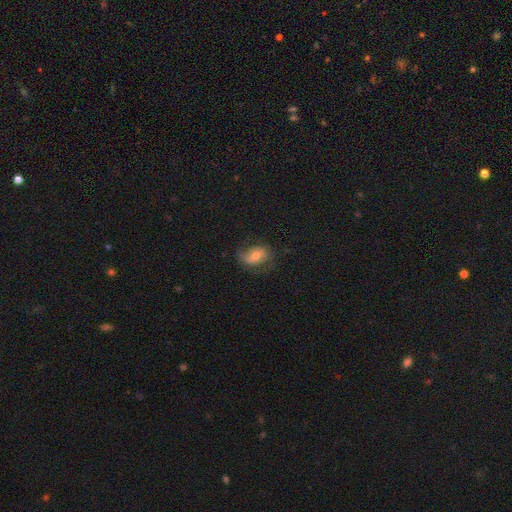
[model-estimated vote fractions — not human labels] Smooth or featured? featured or disk (59%)
Edge-on disk? no (96%)
Bar? no (53%)
Spiral arms? yes (84%)
Bulge size? moderate (66%)
Merging? none (64%)